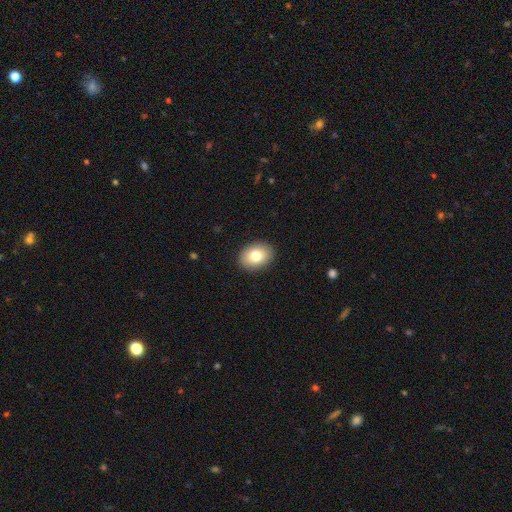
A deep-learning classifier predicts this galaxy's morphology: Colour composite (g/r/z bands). It shows a smooth galaxy with no disk features (80%) that is in between round and cigar-shaped (71%). Merging: none (90%).